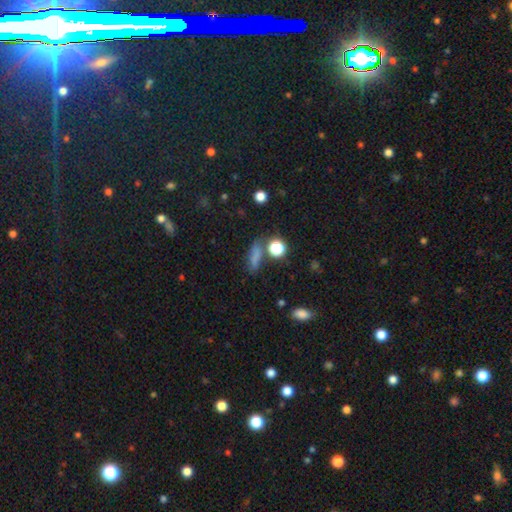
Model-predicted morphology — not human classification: smooth_or_featured: smooth (p=0.69) [alt: star or artifact p=0.19]
how_rounded: cigar-shaped (p=0.42) [alt: in between p=0.39]
merging: none (p=0.62) [alt: minor disturbance p=0.18]